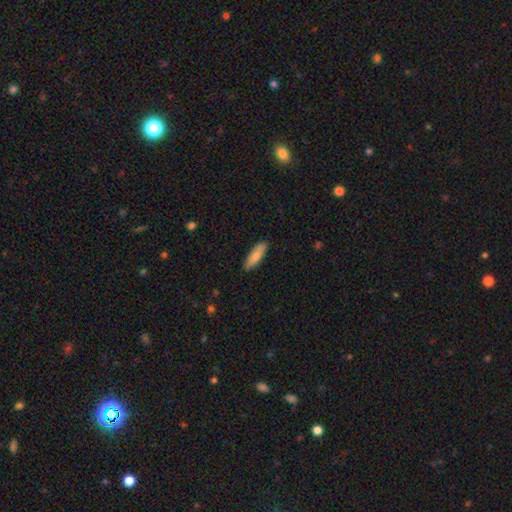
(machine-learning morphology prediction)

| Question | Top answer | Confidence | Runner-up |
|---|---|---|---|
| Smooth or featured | smooth | 85% | featured or disk (10%) |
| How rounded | cigar-shaped | 55% | in between (43%) |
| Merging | none | 86% | minor disturbance (11%) |